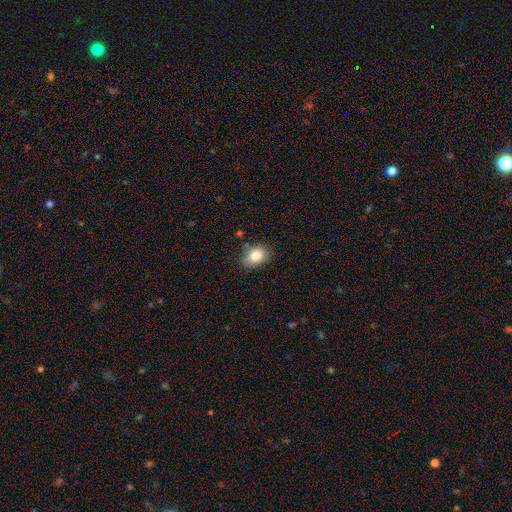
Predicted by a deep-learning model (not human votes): smooth-or-featured: smooth: 82% | featured or disk: 9% | star or artifact: 9%
  how-rounded: in between: 72% | round: 26% | cigar-shaped: 1%
  merging: none: 76% | minor disturbance: 18% | major disturbance: 3% | merger: 3%